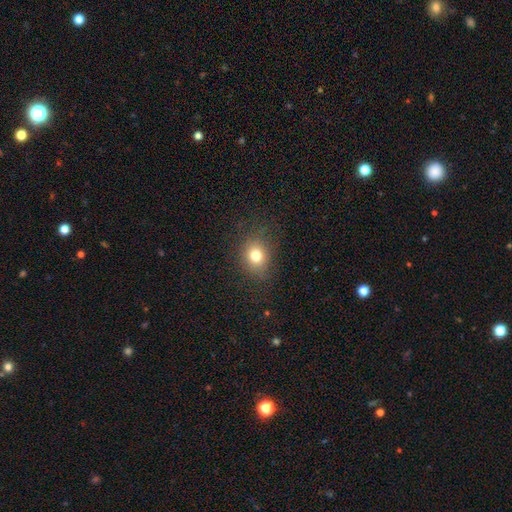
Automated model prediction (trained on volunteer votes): Overall: smooth (77%). How rounded: round (63%; in between 36%). Merging: none (83%).